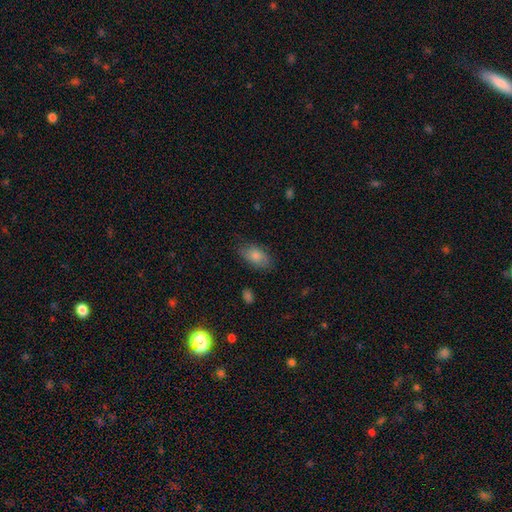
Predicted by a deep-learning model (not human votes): smooth-or-featured: smooth: 82% | featured or disk: 11% | star or artifact: 7%
  how-rounded: in between: 91% | round: 6% | cigar-shaped: 3%
  merging: none: 78% | minor disturbance: 17% | major disturbance: 4% | merger: 1%